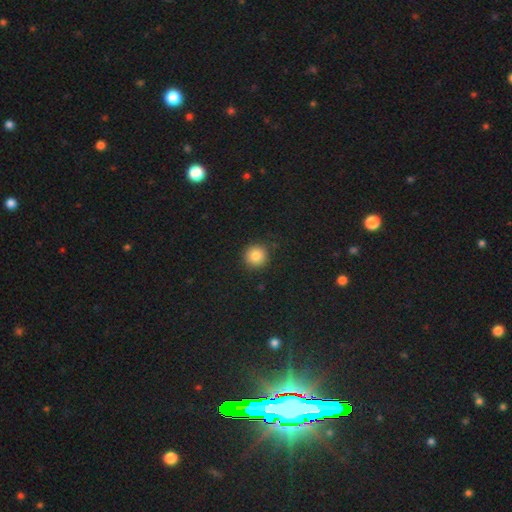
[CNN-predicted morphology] Smooth or featured: smooth — 84% (star or artifact — 11%)
How rounded: round — 94% (in between — 5%)
Merging: none — 90% (minor disturbance — 7%)